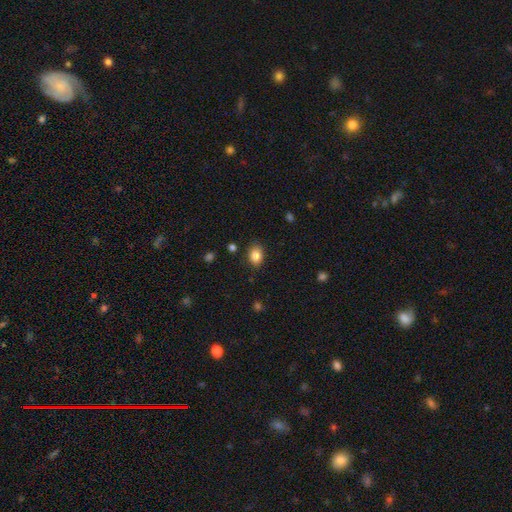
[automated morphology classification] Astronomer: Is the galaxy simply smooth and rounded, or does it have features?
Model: smooth — 85%.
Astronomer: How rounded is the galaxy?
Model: in between — 72%.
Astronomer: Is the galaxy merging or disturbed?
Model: none — 84%.